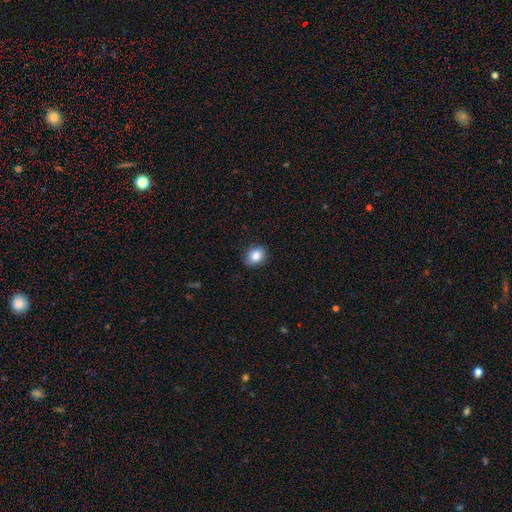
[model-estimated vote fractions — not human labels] A smooth galaxy with no disk features (84%) that is round (53%). Merging: none (82%).